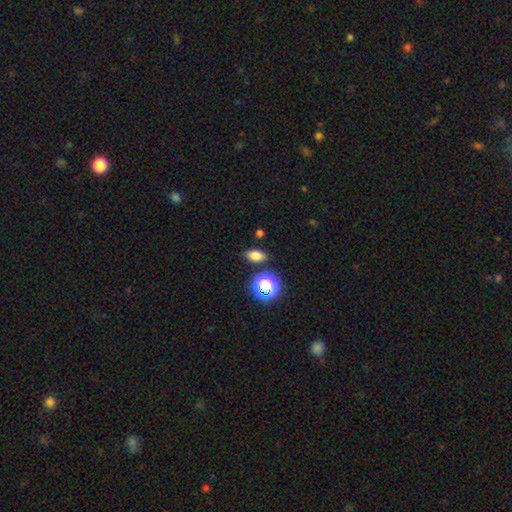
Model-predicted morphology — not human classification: Smooth or featured?
  - smooth: 76% *
  - star or artifact: 17%
  - featured or disk: 6%
How rounded?
  - in between: 81% *
  - round: 16%
  - cigar-shaped: 3%
Merging?
  - none: 83% *
  - minor disturbance: 11%
  - merger: 4%
  - major disturbance: 3%